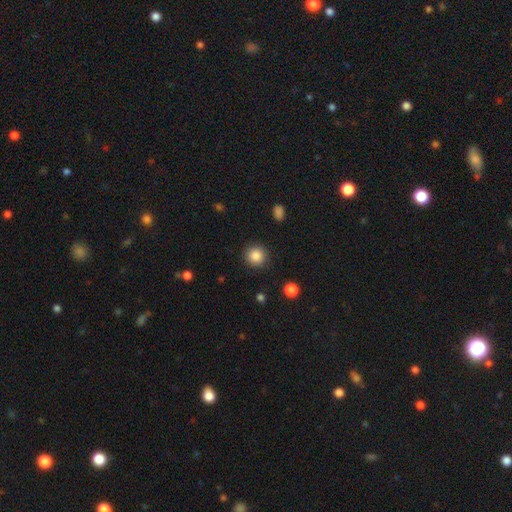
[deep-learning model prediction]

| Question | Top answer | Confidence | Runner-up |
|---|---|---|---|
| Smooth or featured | smooth | 86% | star or artifact (10%) |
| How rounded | round | 94% | in between (5%) |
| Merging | none | 90% | minor disturbance (6%) |